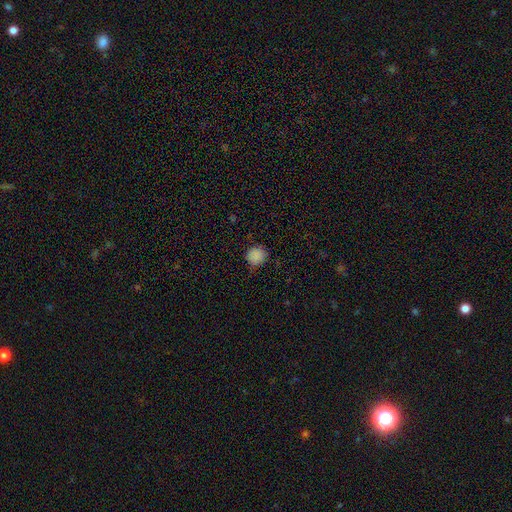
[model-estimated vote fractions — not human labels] The model was most divided on "merging": none: 79%, minor disturbance: 17%, major disturbance: 3%, merger: 1%. More confident: how rounded — round (90%); smooth or featured — smooth (86%).